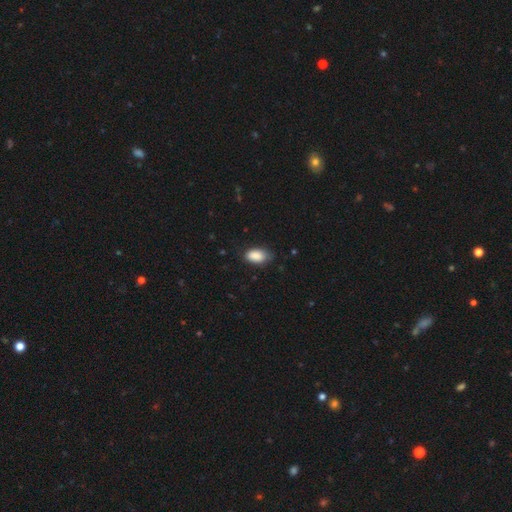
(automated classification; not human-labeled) Overall: smooth (88%). How rounded: in between (93%). Merging: none (70%).